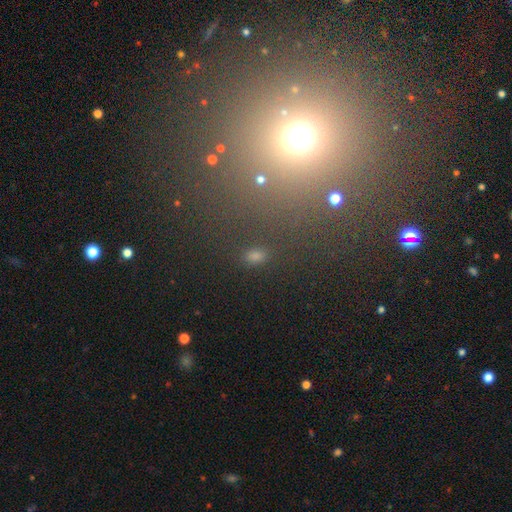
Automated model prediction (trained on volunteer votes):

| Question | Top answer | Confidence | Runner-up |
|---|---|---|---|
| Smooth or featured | smooth | 66% | star or artifact (26%) |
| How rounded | in between | 84% | round (12%) |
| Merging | none | 81% | minor disturbance (10%) |